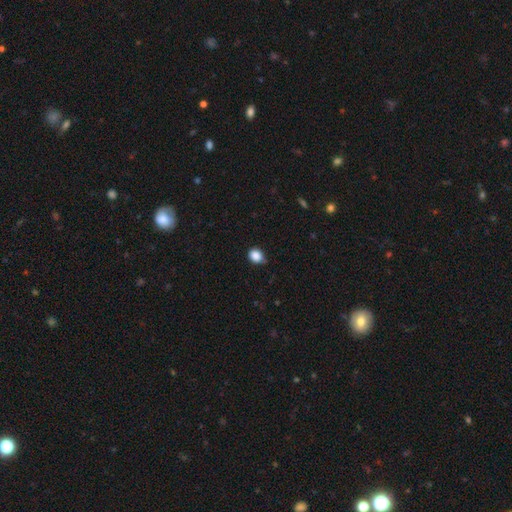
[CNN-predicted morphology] smooth_or_featured: smooth (p=0.87) [alt: star or artifact p=0.10]
how_rounded: round (p=0.63) [alt: in between p=0.36]
merging: none (p=0.69) [alt: minor disturbance p=0.25]